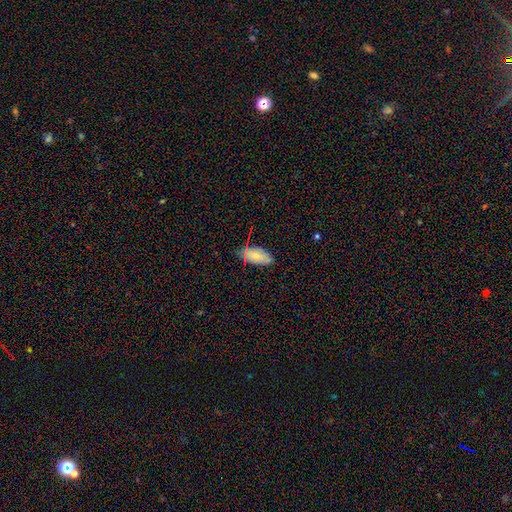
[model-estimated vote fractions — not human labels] This appears to be a smooth galaxy with no disk features (83%) that is in between round and cigar-shaped (91%). Merging: none (73%).